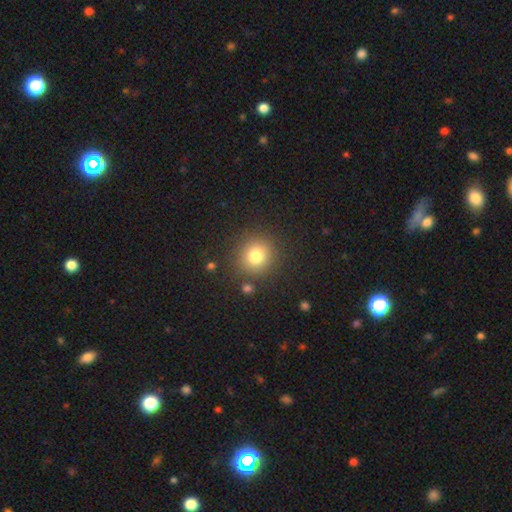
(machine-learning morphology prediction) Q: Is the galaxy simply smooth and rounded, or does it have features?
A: smooth — 79%.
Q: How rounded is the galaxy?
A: round — 91%.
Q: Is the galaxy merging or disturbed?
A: none — 86%.